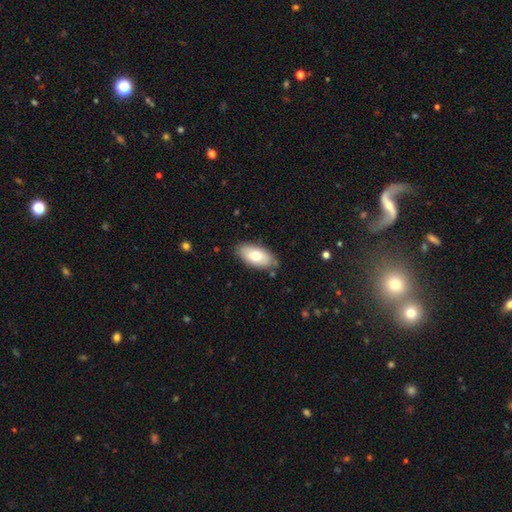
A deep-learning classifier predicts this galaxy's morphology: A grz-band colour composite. It shows a smooth galaxy with no disk features (75%) that is in between round and cigar-shaped (93%). Merging: none (81%).